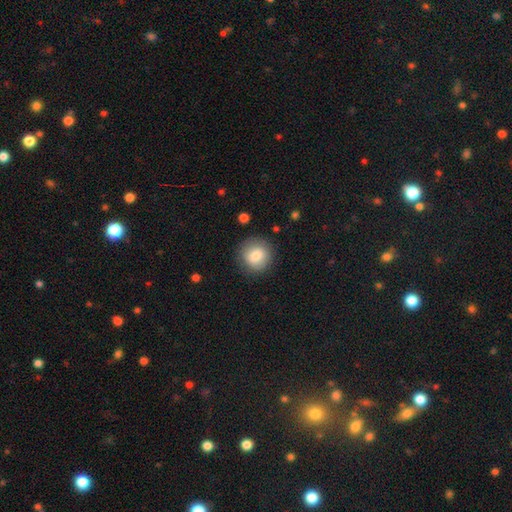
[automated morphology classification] smooth_or_featured: smooth (p=0.81) [alt: featured or disk p=0.11]
how_rounded: round (p=0.90) [alt: in between p=0.09]
merging: none (p=0.86) [alt: minor disturbance p=0.10]